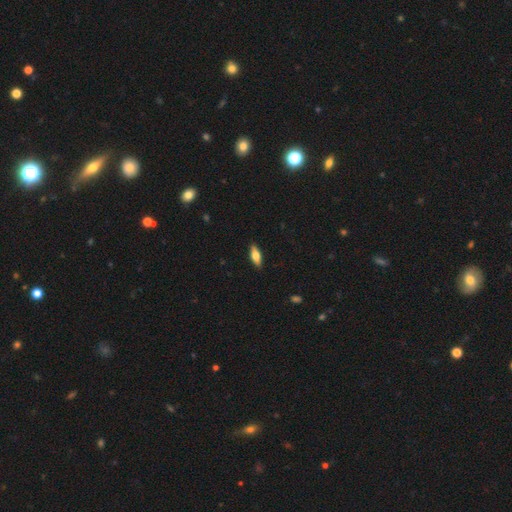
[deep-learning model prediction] Smooth or featured: smooth — 64% (featured or disk — 29%)
How rounded: in between — 64% (cigar-shaped — 33%)
Merging: none — 89% (minor disturbance — 8%)